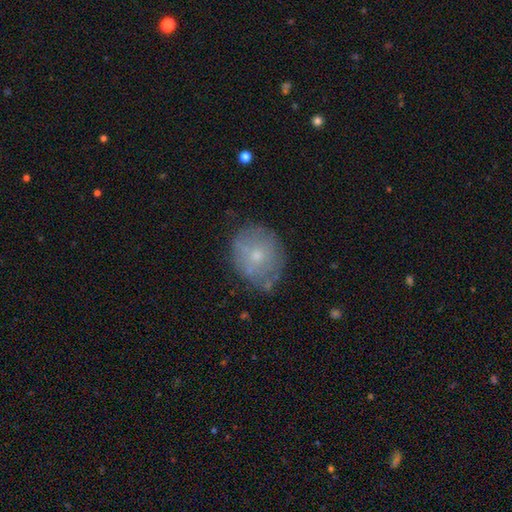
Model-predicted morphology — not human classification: Overall: smooth (56%; featured or disk 35%). How rounded: round (66%; in between 33%). Merging: none (66%).